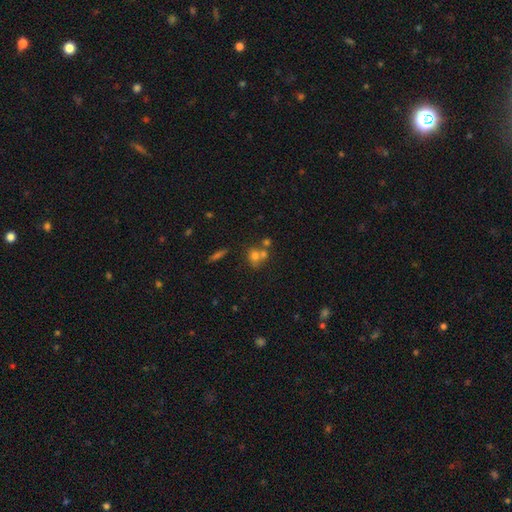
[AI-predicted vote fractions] The model was most divided on "merging": merger: 47%, none: 40%, minor disturbance: 9%, major disturbance: 4%. More confident: how rounded — round (75%); smooth or featured — smooth (65%).